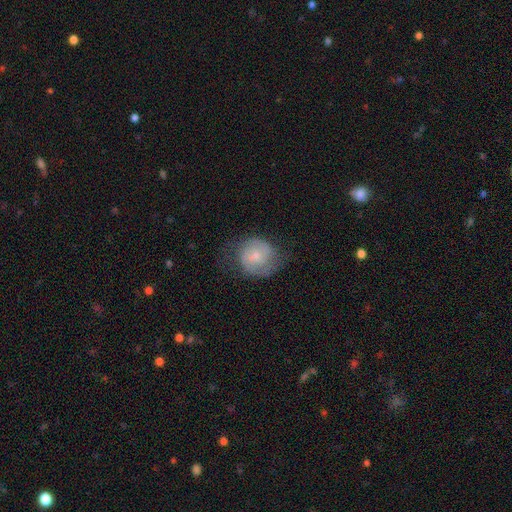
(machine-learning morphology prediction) Smooth or featured?
  - featured or disk: 61% *
  - smooth: 32%
  - star or artifact: 7%
Edge-on disk?
  - no: 98% *
  - yes: 2%
Bar?
  - no: 65% *
  - weak: 30%
  - strong: 5%
Spiral arms?
  - yes: 89% *
  - no: 11%
Spiral winding?
  - medium: 45% *
  - tight: 35%
  - loose: 20%
Spiral arm count?
  - 2: 79% *
  - can't tell: 12%
  - 1: 4%
  - 3: 3%
  - 4: 1%
  - more than 4: 1%
Bulge size?
  - small: 63% *
  - moderate: 29%
  - none: 5%
  - large: 2%
  - dominant: 1%
Merging?
  - none: 63% *
  - minor disturbance: 23%
  - major disturbance: 13%
  - merger: 1%